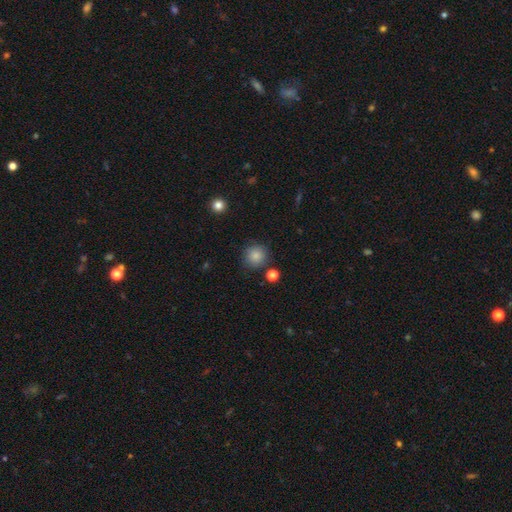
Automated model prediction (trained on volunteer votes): smooth-or-featured: smooth: 86% | star or artifact: 10% | featured or disk: 4%
  how-rounded: round: 93% | in between: 6% | cigar-shaped: 1%
  merging: none: 84% | minor disturbance: 9% | merger: 3% | major disturbance: 3%